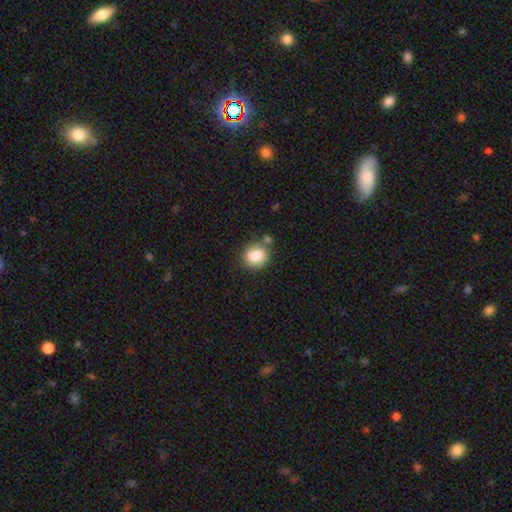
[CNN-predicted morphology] smooth-or-featured: smooth: 86% | star or artifact: 8% | featured or disk: 6%
  how-rounded: round: 78% | in between: 21% | cigar-shaped: 1%
  merging: none: 66% | merger: 15% | minor disturbance: 15% | major disturbance: 5%